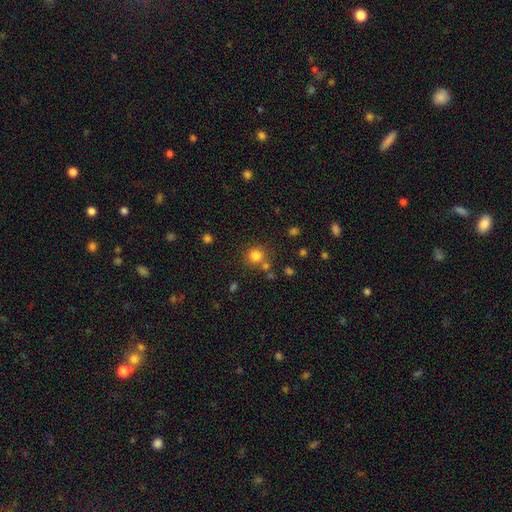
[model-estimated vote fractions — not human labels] Overall: smooth (81%). How rounded: round (90%). Merging: none (72%).